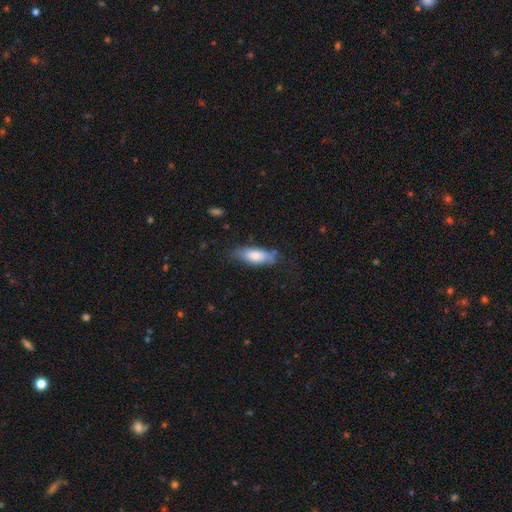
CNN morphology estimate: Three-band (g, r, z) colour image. It shows a smooth galaxy with no disk features (73%) that is in between round and cigar-shaped (71%). Merging: none (61%).